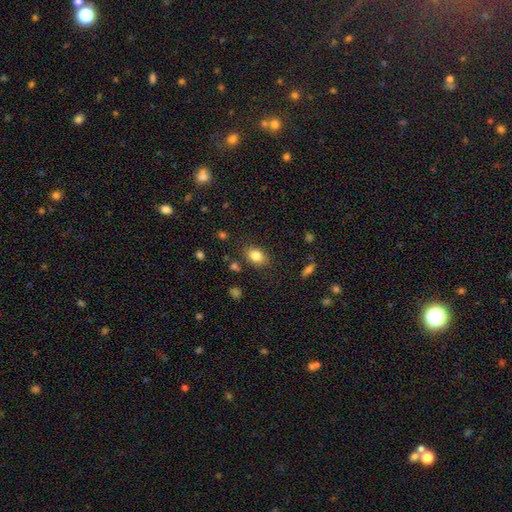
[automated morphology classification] Smooth or featured: smooth — 83% (star or artifact — 9%)
How rounded: in between — 75% (round — 23%)
Merging: none — 83% (minor disturbance — 12%)